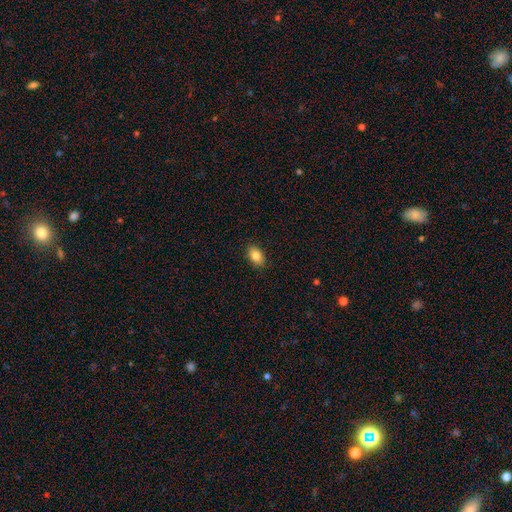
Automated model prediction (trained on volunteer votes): Overall: smooth (84%). How rounded: in between (87%). Merging: none (89%).